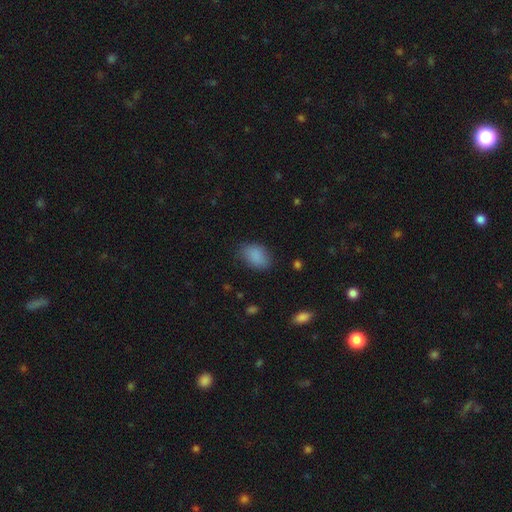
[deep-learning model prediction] This appears to be a smooth galaxy with no disk features (87%) that is in between round and cigar-shaped (86%). Merging: none (76%).